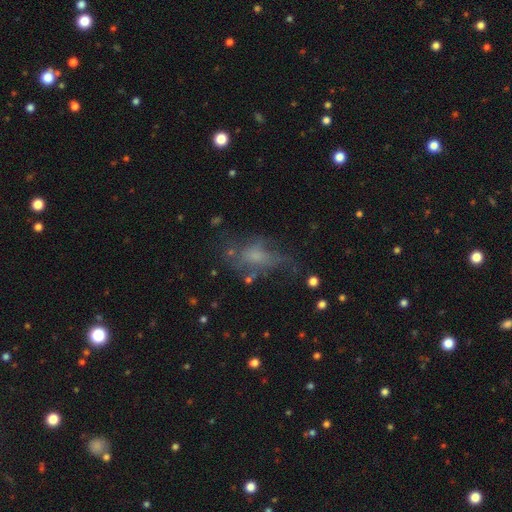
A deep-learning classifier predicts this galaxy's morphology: smooth 44%, featured or disk 39%, star or artifact 17%. Down the decision tree: merging — none (40%).